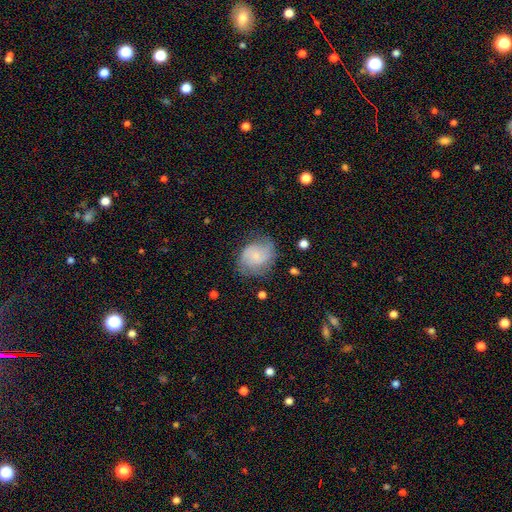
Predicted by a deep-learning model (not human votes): This is possibly a smooth galaxy (46%, tied with featured or disk). Merging: likely none (61%).